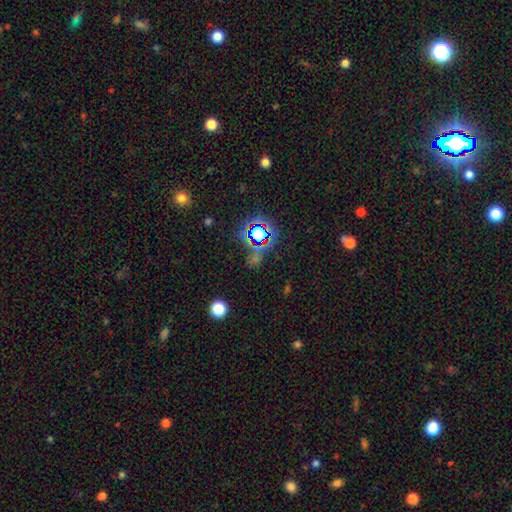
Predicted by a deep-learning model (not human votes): Overall: star or artifact (70%).